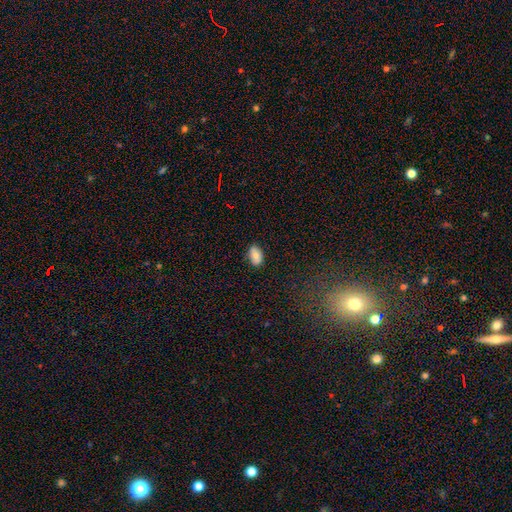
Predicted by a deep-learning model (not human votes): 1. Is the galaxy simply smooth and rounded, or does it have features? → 79% smooth, 13% featured or disk, 8% star or artifact.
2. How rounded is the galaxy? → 90% in between, 8% round, 2% cigar-shaped.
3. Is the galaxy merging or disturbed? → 81% none, 15% minor disturbance, 3% major disturbance, 2% merger.